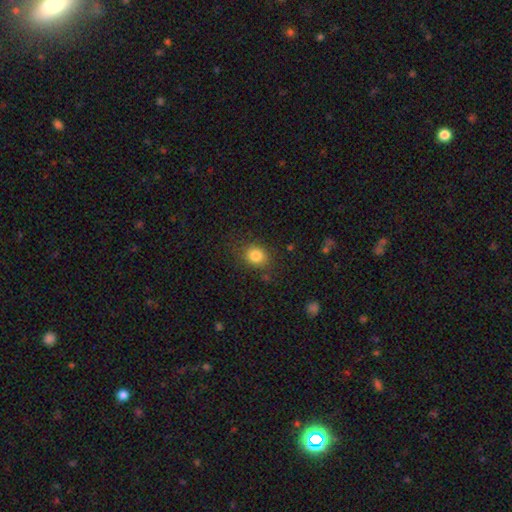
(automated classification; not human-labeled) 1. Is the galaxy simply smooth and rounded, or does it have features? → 83% smooth, 11% star or artifact, 6% featured or disk.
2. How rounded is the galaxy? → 68% round, 31% in between, 1% cigar-shaped.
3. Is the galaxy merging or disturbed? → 80% none, 13% minor disturbance, 5% major disturbance, 2% merger.